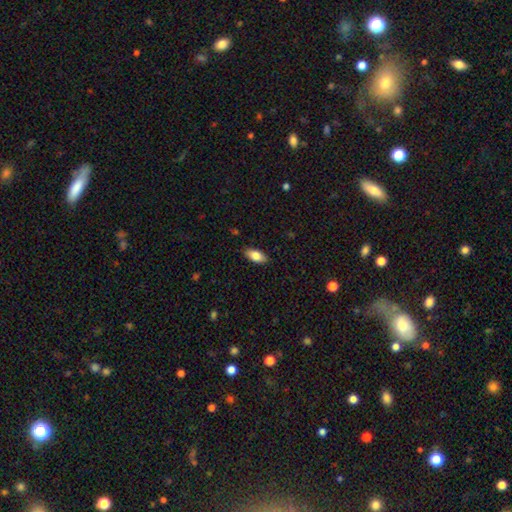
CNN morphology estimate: smooth 82%, featured or disk 11%, star or artifact 7%. Down the decision tree: how rounded — in between (89%); merging — none (87%).